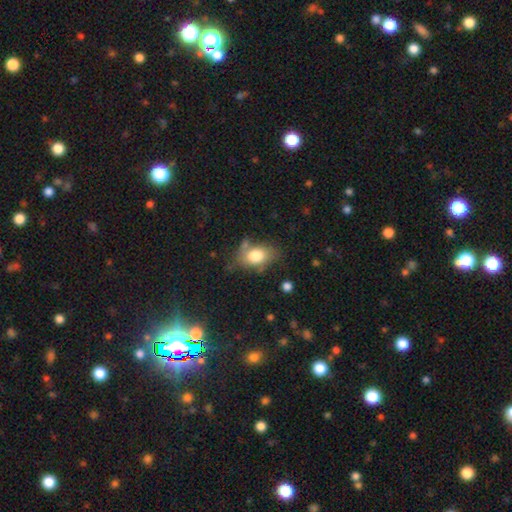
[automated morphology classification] Q: Smooth or featured?
A: smooth (76%); runner-up: featured or disk (15%)
Q: How rounded?
A: in between (80%); runner-up: round (19%)
Q: Merging?
A: none (56%); runner-up: minor disturbance (26%)